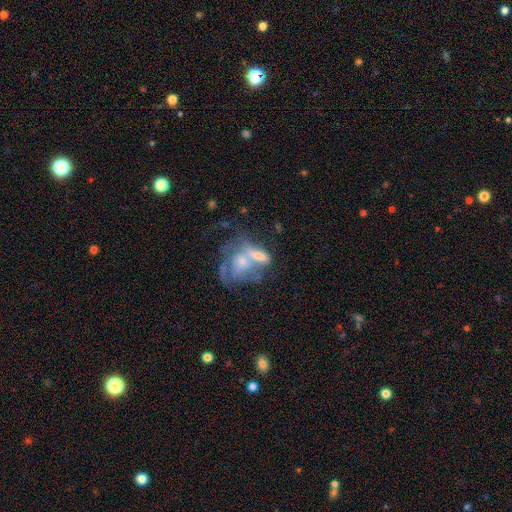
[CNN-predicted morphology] Overall: featured or disk (62%; smooth 25%). Edge-on disk: no (94%). Bar: no (69%). Spiral arms: yes (53%; no 47%). Bulge size: small (39%; moderate 38%). Merging: merger (54%; none 22%).